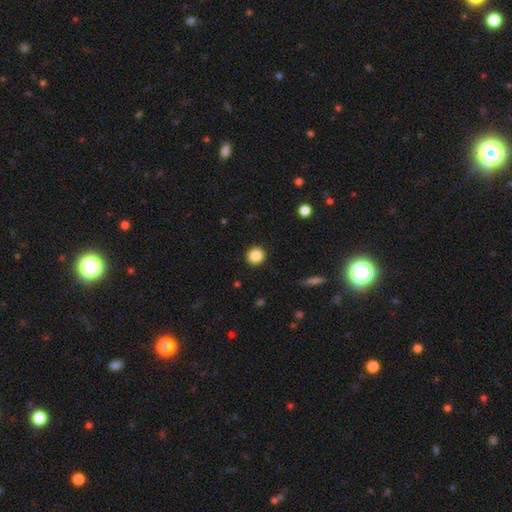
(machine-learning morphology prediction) Overall: smooth (86%). How rounded: round (93%). Merging: none (92%).